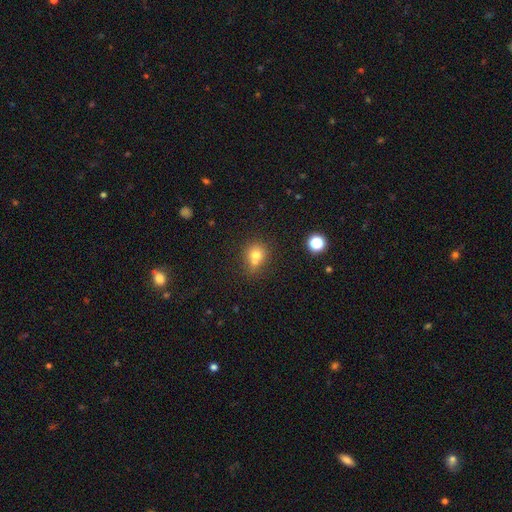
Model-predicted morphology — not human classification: Smooth or featured: smooth — 72% (star or artifact — 14%)
How rounded: round — 78% (in between — 22%)
Merging: none — 45% (merger — 40%)